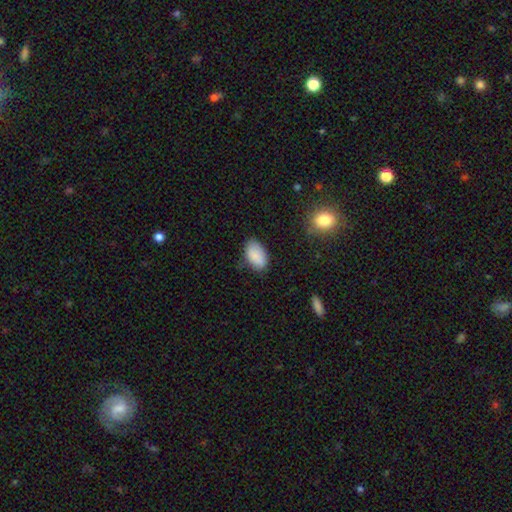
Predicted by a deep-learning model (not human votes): Q: Smooth or featured?
A: smooth (86%); runner-up: star or artifact (8%)
Q: How rounded?
A: in between (94%); runner-up: round (5%)
Q: Merging?
A: none (72%); runner-up: minor disturbance (22%)